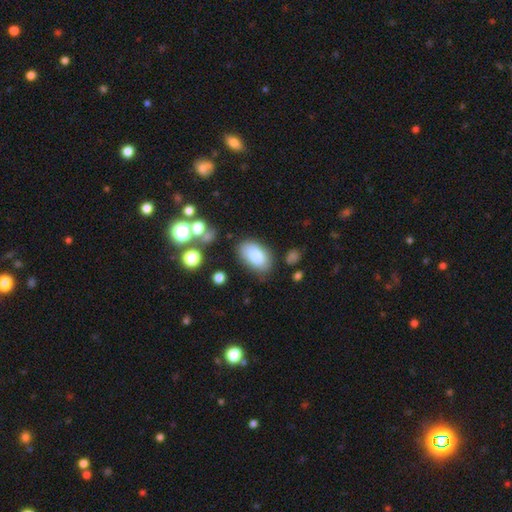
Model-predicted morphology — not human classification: smooth_or_featured: smooth (p=0.82) [alt: featured or disk p=0.11]
how_rounded: in between (p=0.93) [alt: round p=0.05]
merging: none (p=0.77) [alt: minor disturbance p=0.15]